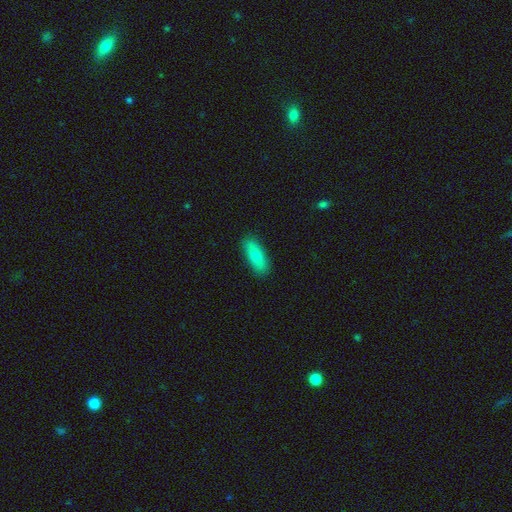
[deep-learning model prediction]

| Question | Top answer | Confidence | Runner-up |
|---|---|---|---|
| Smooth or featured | smooth | 80% | featured or disk (14%) |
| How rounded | in between | 67% | cigar-shaped (31%) |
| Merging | none | 86% | minor disturbance (11%) |